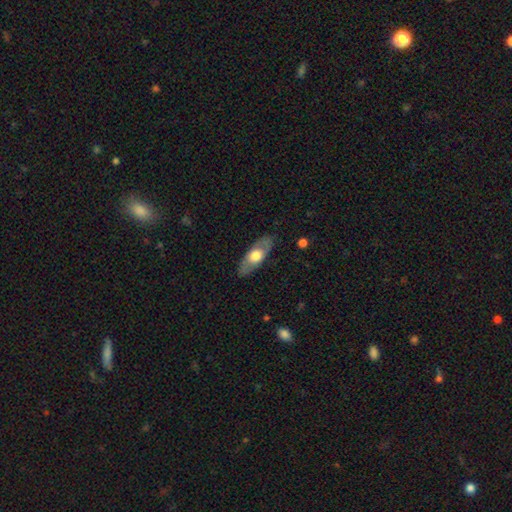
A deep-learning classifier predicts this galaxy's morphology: The model was most divided on "smooth or featured": smooth: 48%, featured or disk: 47%, star or artifact: 5%. More confident: merging — none (83%).